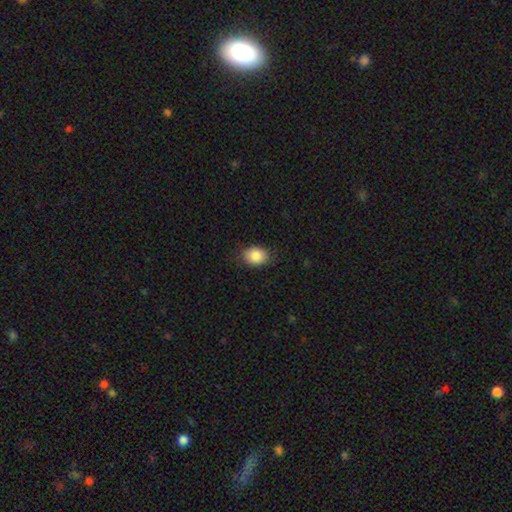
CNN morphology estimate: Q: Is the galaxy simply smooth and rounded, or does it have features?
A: smooth — 86%.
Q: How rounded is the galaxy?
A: in between — 68%.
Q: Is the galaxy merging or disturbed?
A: none — 85%.